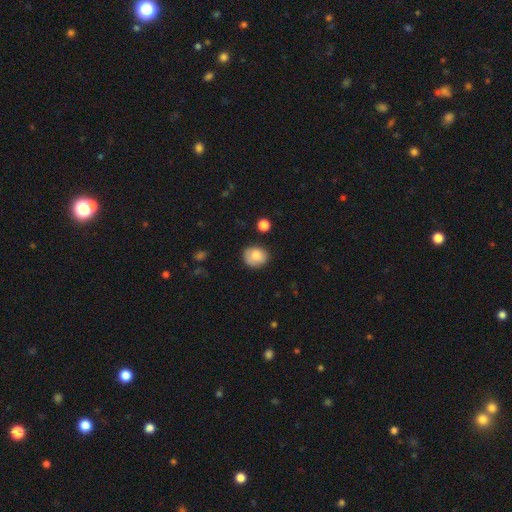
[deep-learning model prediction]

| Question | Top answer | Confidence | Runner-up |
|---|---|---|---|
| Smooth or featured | smooth | 81% | featured or disk (10%) |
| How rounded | round | 67% | in between (33%) |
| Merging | none | 77% | minor disturbance (17%) |